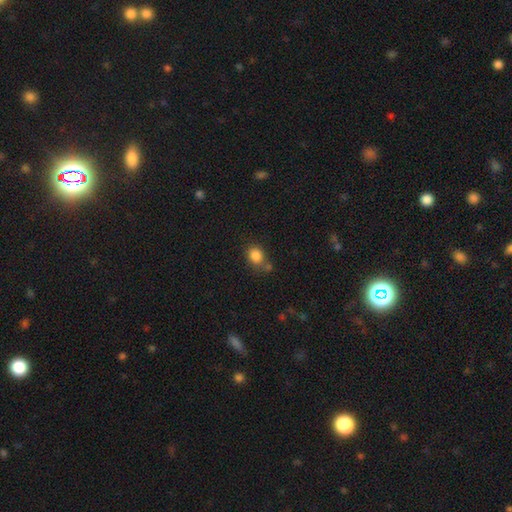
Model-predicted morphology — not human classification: type=smooth (84%); roundness=round (62%); merging=none (63%).